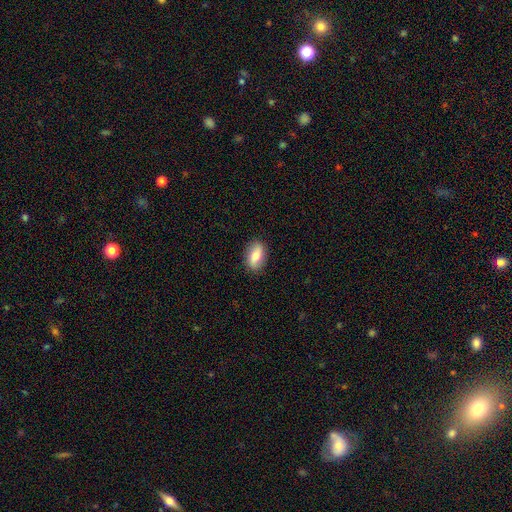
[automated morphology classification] smooth_or_featured: smooth (p=0.62) [alt: featured or disk p=0.31]
how_rounded: in between (p=0.86) [alt: round p=0.09]
merging: none (p=0.88) [alt: minor disturbance p=0.09]